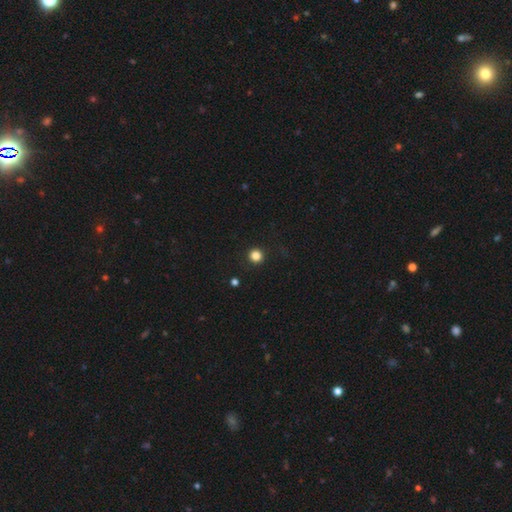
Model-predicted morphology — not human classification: Smooth or featured? Predicted: smooth (p=0.84). How rounded? Predicted: round (p=0.95). Merging? Predicted: none (p=0.92).